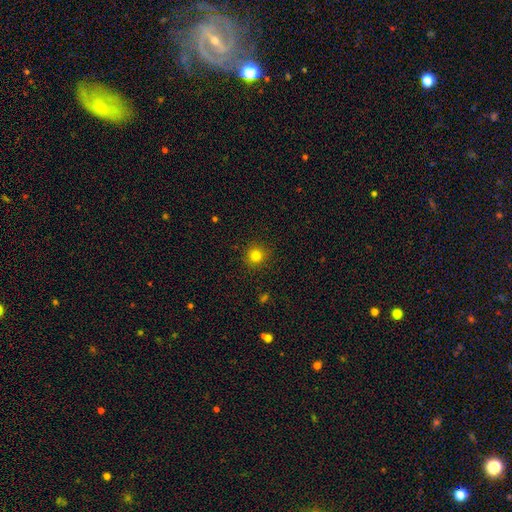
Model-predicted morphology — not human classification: Smooth or featured? Predicted: smooth (p=0.81). How rounded? Predicted: round (p=0.93). Merging? Predicted: none (p=0.90).